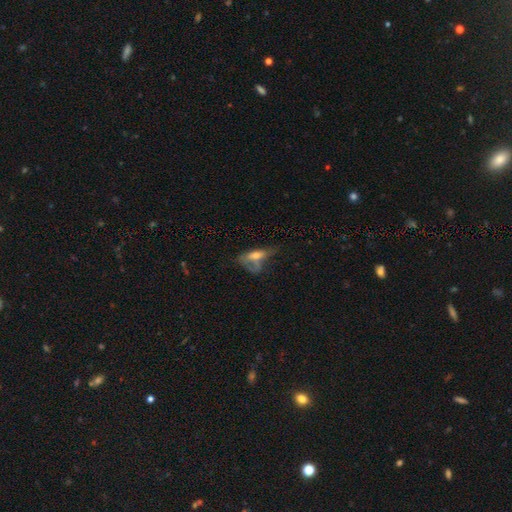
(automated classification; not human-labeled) The model was most divided on "merging": major disturbance: 39%, none: 26%, minor disturbance: 22%, merger: 13%. More confident: how rounded — in between (66%); smooth or featured — smooth (52%).